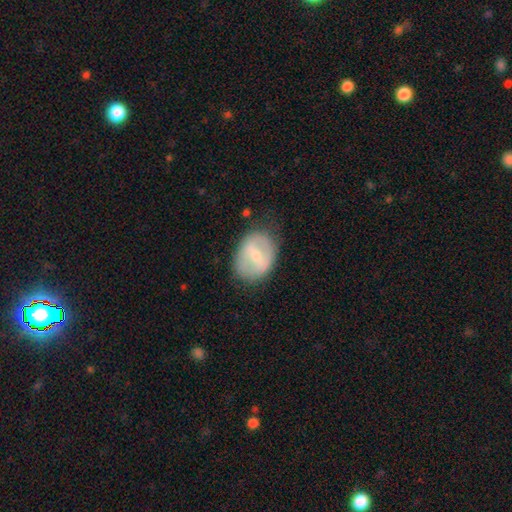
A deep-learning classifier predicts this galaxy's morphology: A featured or disk galaxy (50%).

Vote fractions:
- Smooth or featured? featured or disk: 50% / smooth: 43% / star or artifact: 7%
- Edge-on disk? no: 95% / yes: 5%
- Merging? none: 73% / minor disturbance: 18% / major disturbance: 7% / merger: 2%